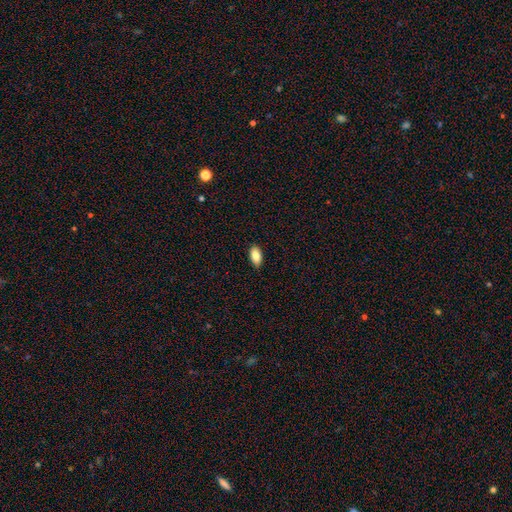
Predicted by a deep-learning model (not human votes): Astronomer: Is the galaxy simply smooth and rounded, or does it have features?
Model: smooth — 85%.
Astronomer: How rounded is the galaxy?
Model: in between — 92%.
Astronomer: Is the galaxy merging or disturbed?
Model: none — 87%.